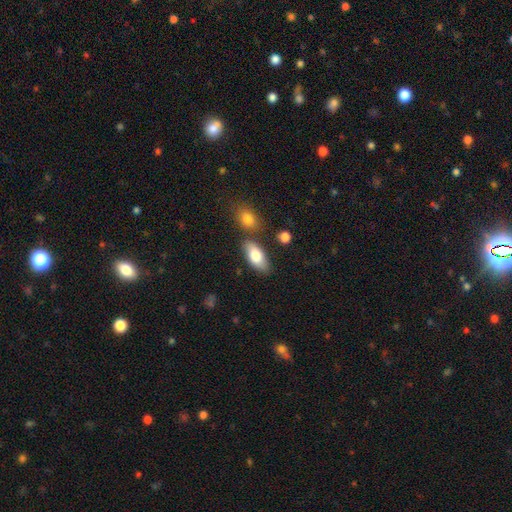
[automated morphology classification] A smooth galaxy with no disk features (77%) that is in between round and cigar-shaped (89%).

Vote fractions:
- Smooth or featured? smooth: 77% / featured or disk: 17% / star or artifact: 6%
- How rounded? in between: 89% / cigar-shaped: 8% / round: 3%
- Merging? none: 75% / minor disturbance: 14% / merger: 8% / major disturbance: 3%